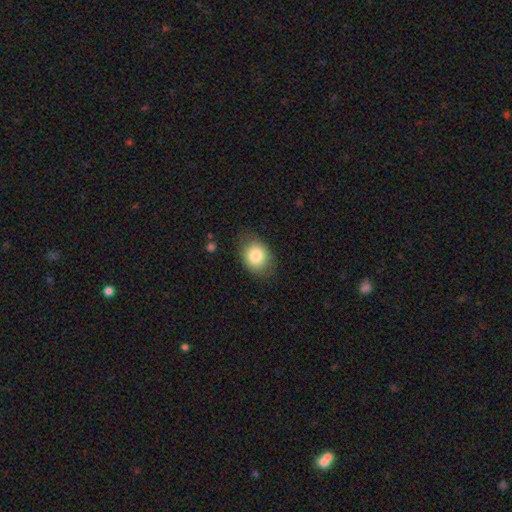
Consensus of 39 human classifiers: Smooth or featured: smooth — 85% (featured or disk — 8%)
How rounded: in between — 58% (round — 42%)
Merging: none — 69% (minor disturbance — 31%)